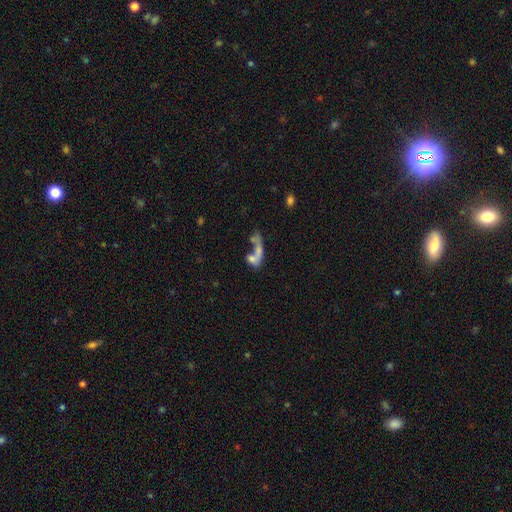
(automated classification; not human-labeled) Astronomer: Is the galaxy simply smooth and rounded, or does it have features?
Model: smooth — 53% (runner-up: featured or disk, 35%).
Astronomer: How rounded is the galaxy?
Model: in between — 60%.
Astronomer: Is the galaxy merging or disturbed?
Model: merger — 55%.